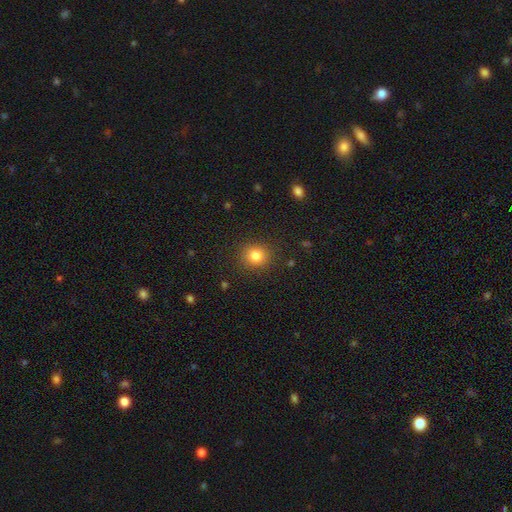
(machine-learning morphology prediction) smooth-or-featured: smooth: 82% | star or artifact: 12% | featured or disk: 6%
  how-rounded: round: 86% | in between: 13% | cigar-shaped: 1%
  merging: none: 89% | minor disturbance: 7% | major disturbance: 3% | merger: 1%